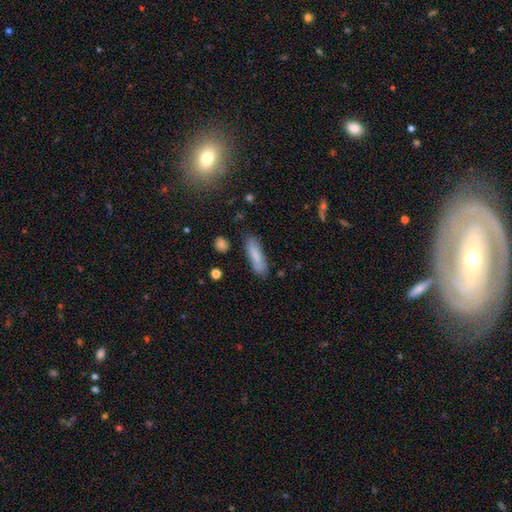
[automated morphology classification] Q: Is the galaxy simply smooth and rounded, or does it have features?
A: smooth — 81%.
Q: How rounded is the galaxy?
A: cigar-shaped — 64%.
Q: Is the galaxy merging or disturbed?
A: none — 81%.